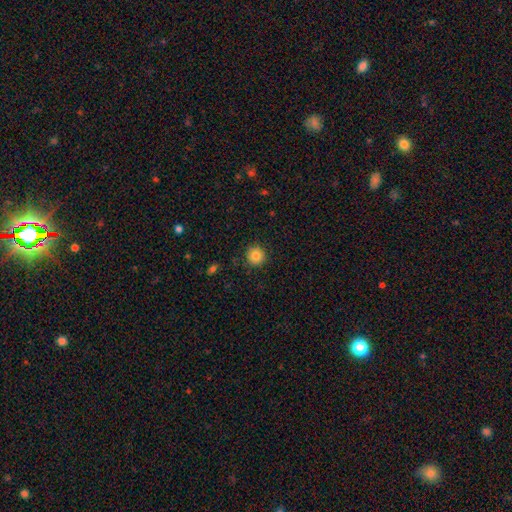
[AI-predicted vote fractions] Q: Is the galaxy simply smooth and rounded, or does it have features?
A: smooth — 84%.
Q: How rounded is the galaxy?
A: round — 94%.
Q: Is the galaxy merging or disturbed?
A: none — 90%.